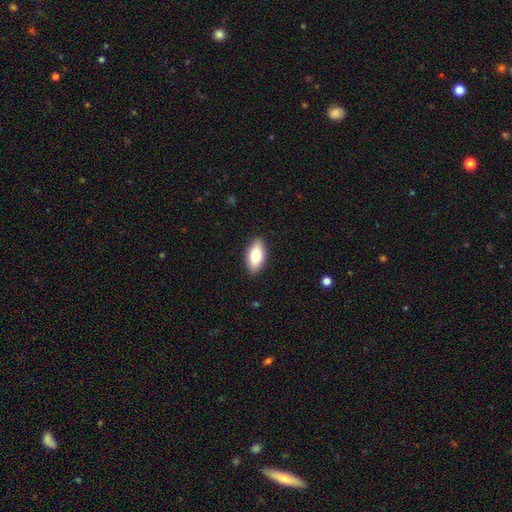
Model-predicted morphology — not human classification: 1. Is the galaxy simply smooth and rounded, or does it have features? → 80% smooth, 14% featured or disk, 6% star or artifact.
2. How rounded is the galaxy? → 89% in between, 8% cigar-shaped, 3% round.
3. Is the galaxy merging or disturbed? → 88% none, 9% minor disturbance, 2% major disturbance, 1% merger.